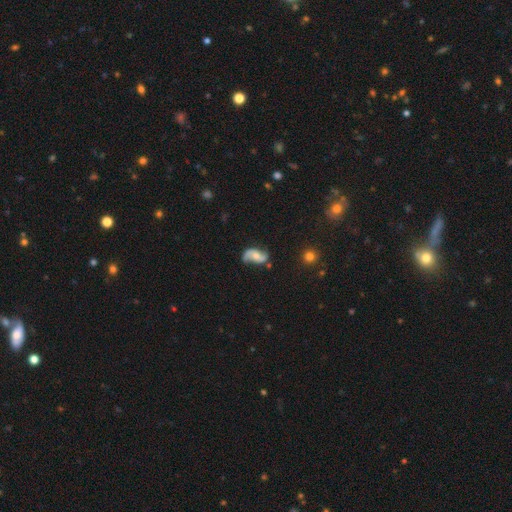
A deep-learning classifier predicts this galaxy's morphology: The model was most divided on "bulge size": moderate: 55%, small: 35%, none: 4%, large: 4%, dominant: 1%. More confident: edge-on disk — no (97%); spiral arms — yes (94%); spiral arm count — 2 (90%); smooth or featured — featured or disk (78%); merging — none (66%); spiral winding — loose (64%); bar — no (61%).